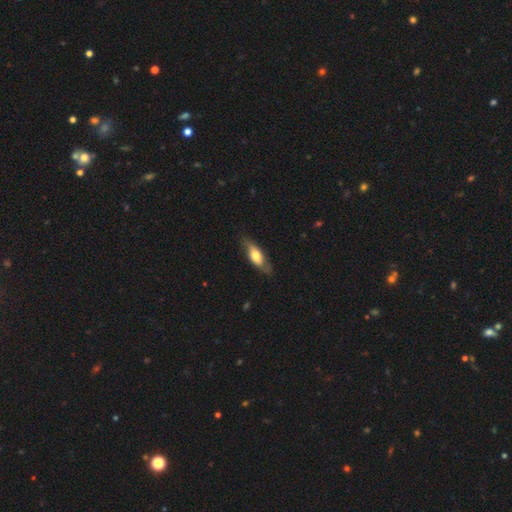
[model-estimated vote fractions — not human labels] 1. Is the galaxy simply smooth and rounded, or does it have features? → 54% smooth, 40% featured or disk, 6% star or artifact.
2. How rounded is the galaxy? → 68% in between, 29% cigar-shaped, 3% round.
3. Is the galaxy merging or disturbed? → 73% none, 20% minor disturbance, 6% major disturbance, 1% merger.